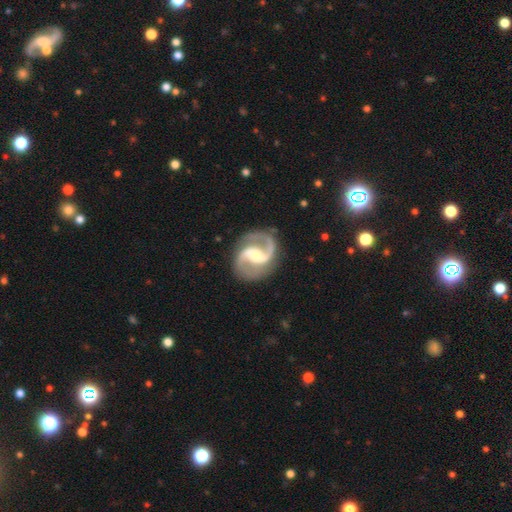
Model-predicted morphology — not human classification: type=featured or disk (93%); edge-on=no (98%); bar=weak (44%); spiral arms=yes (98%); winding=medium (60%); arm count=2 (94%); bulge=moderate (54%); merging=none (84%).